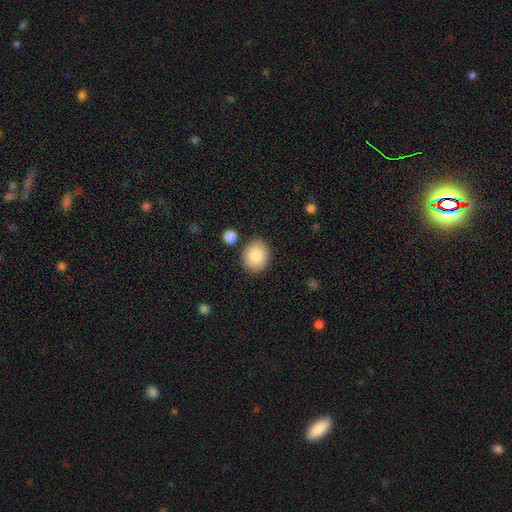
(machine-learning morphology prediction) Overall: smooth (87%). How rounded: round (64%; in between 36%). Merging: none (83%).